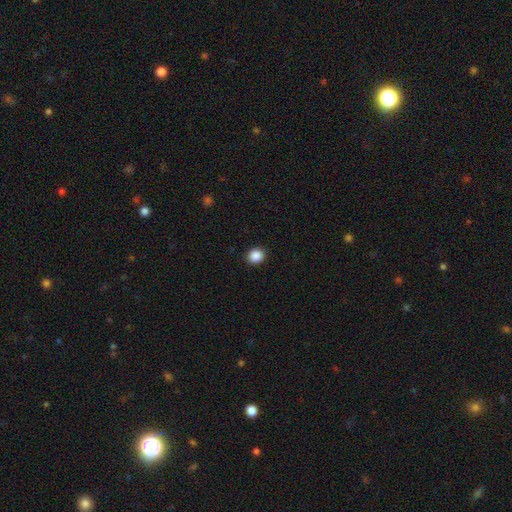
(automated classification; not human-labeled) smooth-or-featured: smooth: 88% | star or artifact: 10% | featured or disk: 3%
  how-rounded: round: 81% | in between: 18% | cigar-shaped: 1%
  merging: none: 92% | minor disturbance: 5% | major disturbance: 2% | merger: 1%